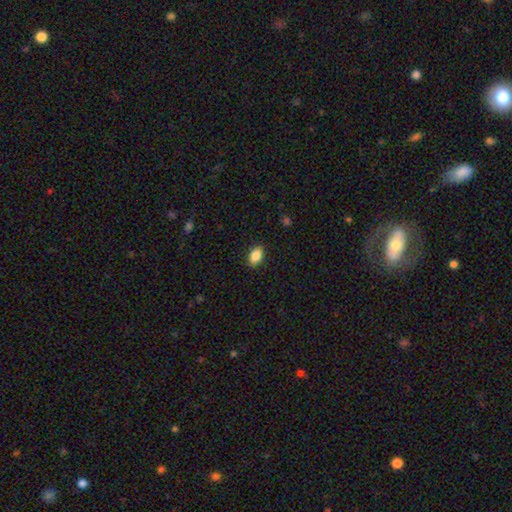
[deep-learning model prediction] Smooth or featured?
  - smooth: 87% *
  - star or artifact: 8%
  - featured or disk: 5%
How rounded?
  - in between: 89% *
  - round: 9%
  - cigar-shaped: 2%
Merging?
  - none: 87% *
  - minor disturbance: 10%
  - major disturbance: 2%
  - merger: 1%